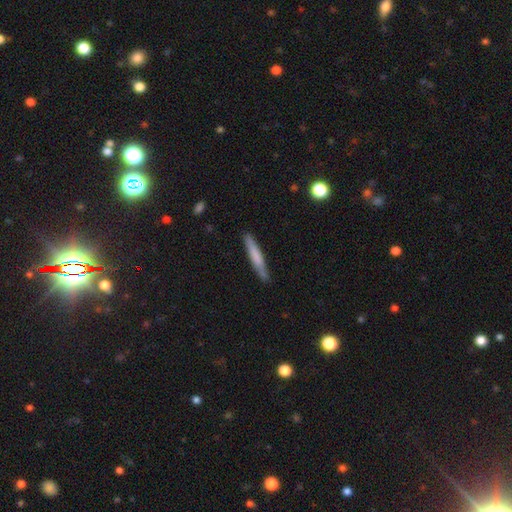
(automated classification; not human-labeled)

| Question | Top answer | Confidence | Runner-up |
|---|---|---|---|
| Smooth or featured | smooth | 68% | featured or disk (27%) |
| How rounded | cigar-shaped | 94% | in between (5%) |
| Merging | none | 85% | minor disturbance (12%) |